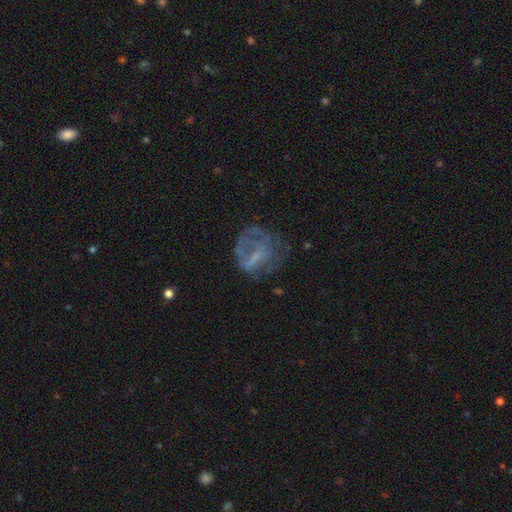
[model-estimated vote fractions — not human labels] featured or disk 54%, smooth 32%, star or artifact 14%. Down the decision tree: edge-on disk — no (96%); bar — no (47%); spiral arms — no (68%); bulge size — none (47%); merging — none (41%).